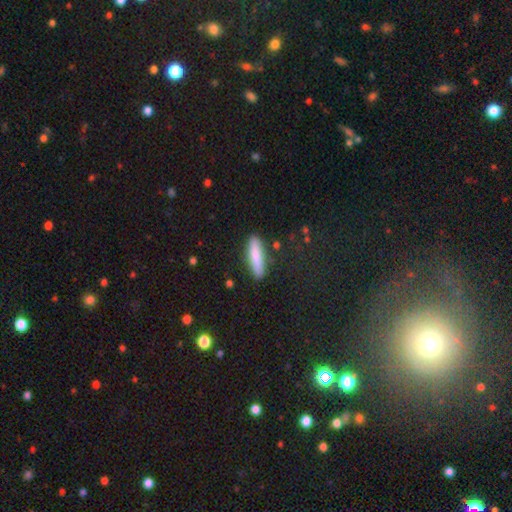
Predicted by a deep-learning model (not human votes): A smooth galaxy with no disk features (77%) that is cigar-shaped (77%). Merging: none (86%).